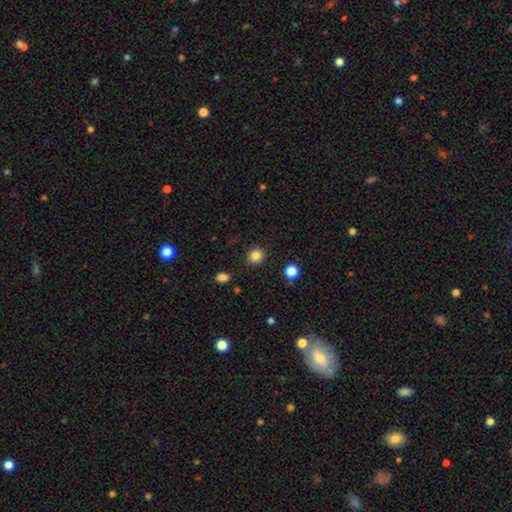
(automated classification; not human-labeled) Smooth or featured? smooth (84%)
How rounded? round (90%)
Merging? none (90%)